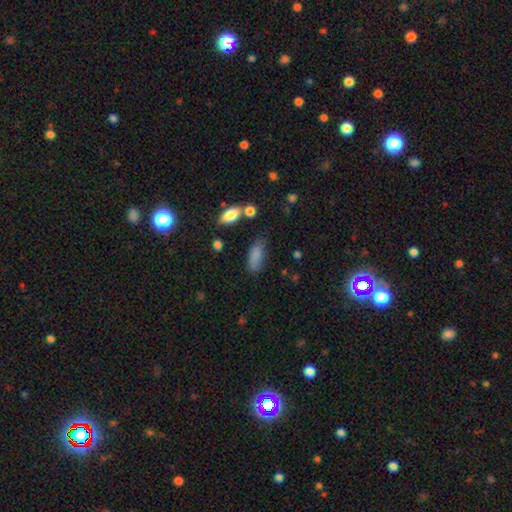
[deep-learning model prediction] Smooth or featured? smooth (84%)
How rounded? in between (74%)
Merging? none (64%)